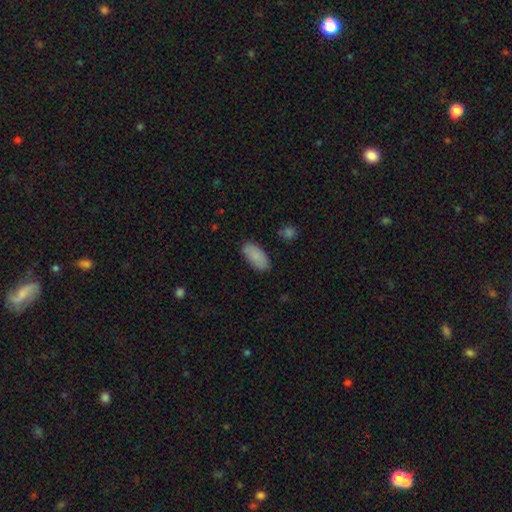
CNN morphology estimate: smooth_or_featured: smooth (p=0.87) [alt: star or artifact p=0.07]
how_rounded: in between (p=0.91) [alt: cigar-shaped p=0.07]
merging: none (p=0.82) [alt: minor disturbance p=0.13]